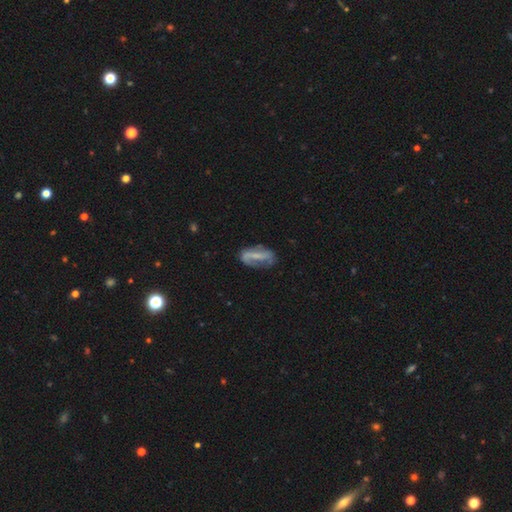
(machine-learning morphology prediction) This is likely a featured or disk galaxy (61%). It is clearly not viewed edge-on (91%). Bar: possibly strong (48%). Spiral arm pattern: likely yes (69%). Central bulge: marginally small (42%). Merging: likely none (60%).